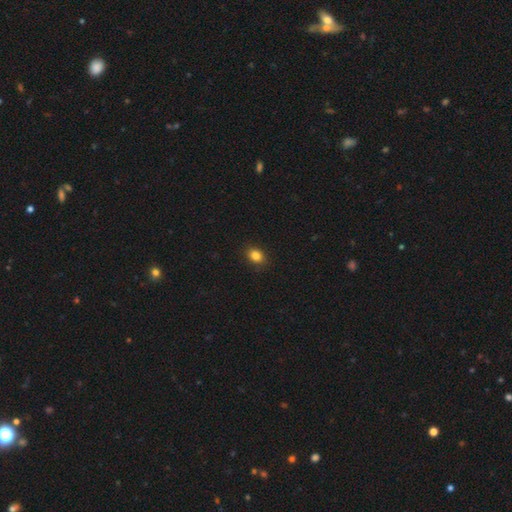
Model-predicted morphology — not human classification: A smooth galaxy with no disk features (85%) that is in between round and cigar-shaped (56%).

Vote fractions:
- Smooth or featured? smooth: 85% / star or artifact: 11% / featured or disk: 5%
- How rounded? in between: 56% / round: 43% / cigar-shaped: 1%
- Merging? none: 88% / minor disturbance: 9% / major disturbance: 2% / merger: 1%